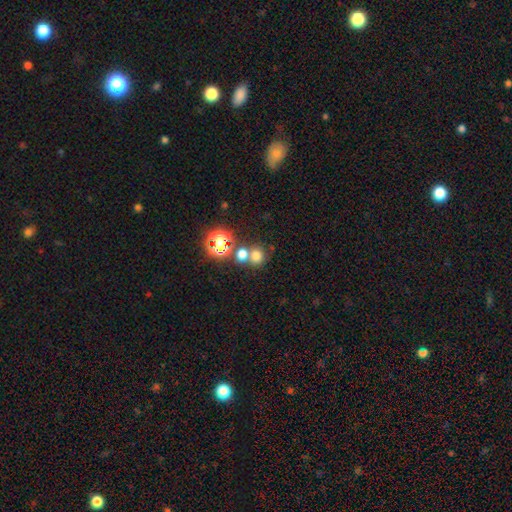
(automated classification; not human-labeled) A smooth galaxy with no disk features (68%) that is round (83%). Merging: none (57%).